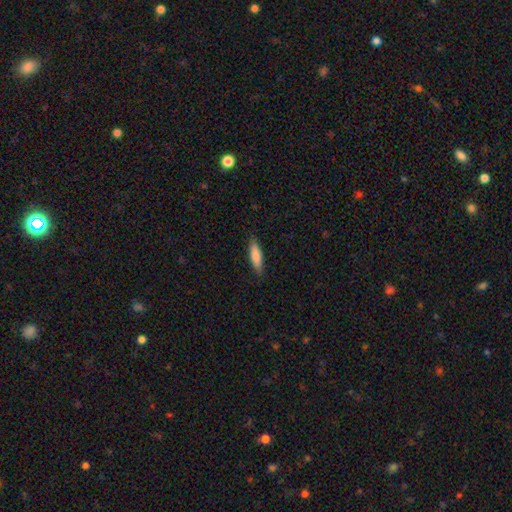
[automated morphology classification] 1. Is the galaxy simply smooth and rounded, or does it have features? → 82% smooth, 12% featured or disk, 6% star or artifact.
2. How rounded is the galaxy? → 64% cigar-shaped, 35% in between, 2% round.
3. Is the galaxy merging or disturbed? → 86% none, 11% minor disturbance, 2% major disturbance, 1% merger.